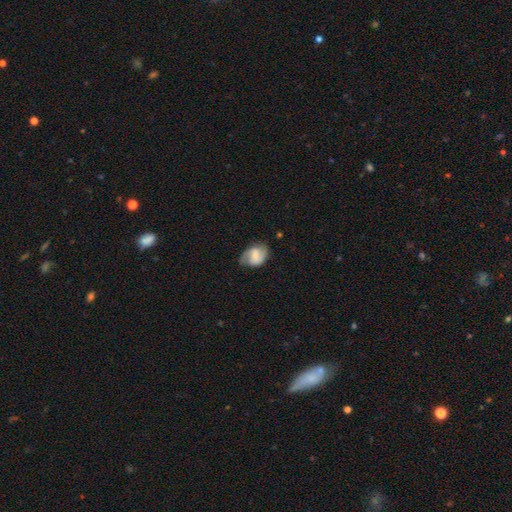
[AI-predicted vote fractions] Smooth or featured?
  - featured or disk: 49% *
  - smooth: 44%
  - star or artifact: 8%
Merging?
  - none: 60% *
  - minor disturbance: 29%
  - major disturbance: 9%
  - merger: 2%